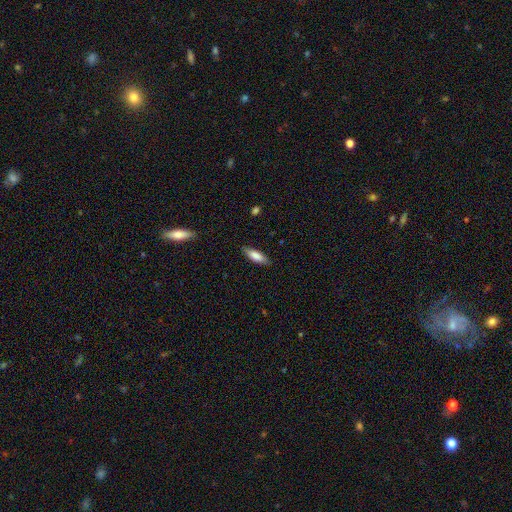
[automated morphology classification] Q: Smooth or featured?
A: smooth (82%); runner-up: featured or disk (12%)
Q: How rounded?
A: in between (53%); runner-up: cigar-shaped (45%)
Q: Merging?
A: none (86%); runner-up: minor disturbance (11%)